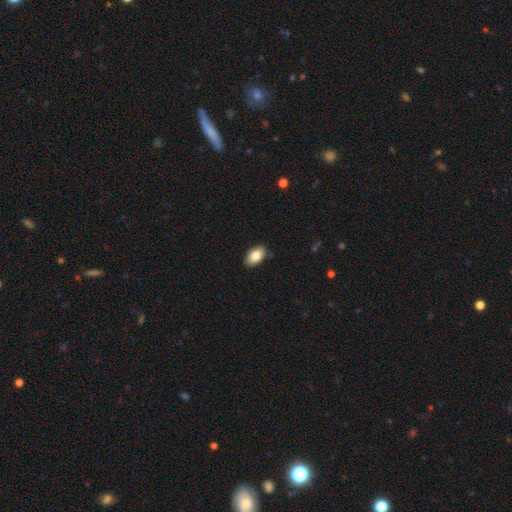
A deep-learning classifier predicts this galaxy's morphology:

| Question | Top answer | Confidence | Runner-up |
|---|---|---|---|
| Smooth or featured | smooth | 86% | featured or disk (7%) |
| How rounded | in between | 93% | round (6%) |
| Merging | none | 86% | minor disturbance (11%) |